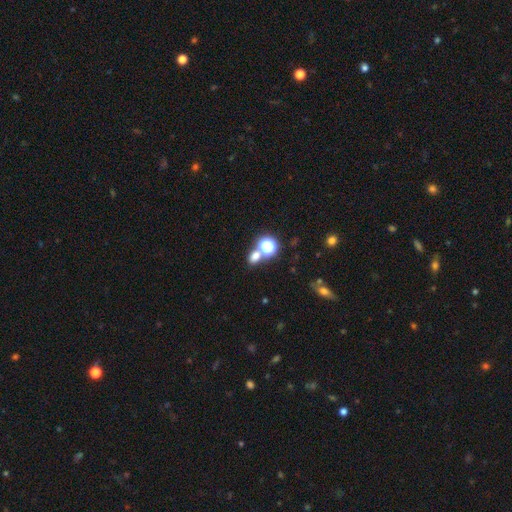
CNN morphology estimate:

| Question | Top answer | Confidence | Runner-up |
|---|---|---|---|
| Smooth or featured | smooth | 64% | star or artifact (28%) |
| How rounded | round | 53% | in between (45%) |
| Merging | none | 60% | merger (28%) |